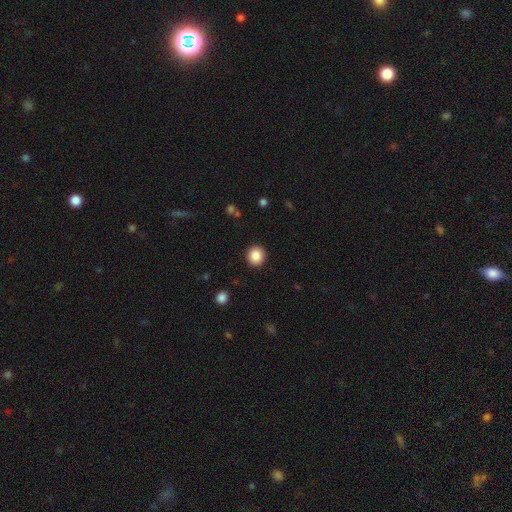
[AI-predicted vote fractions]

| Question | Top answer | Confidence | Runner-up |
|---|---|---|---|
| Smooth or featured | smooth | 87% | star or artifact (9%) |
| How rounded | round | 91% | in between (8%) |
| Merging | none | 92% | minor disturbance (5%) |